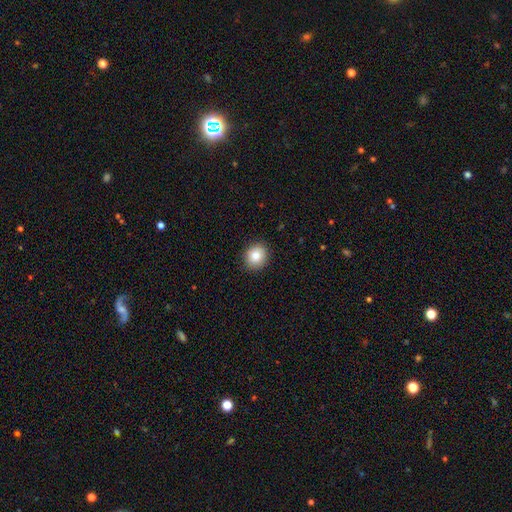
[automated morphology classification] This appears to be a smooth galaxy with no disk features (82%) that is round (80%). Merging: none (90%).